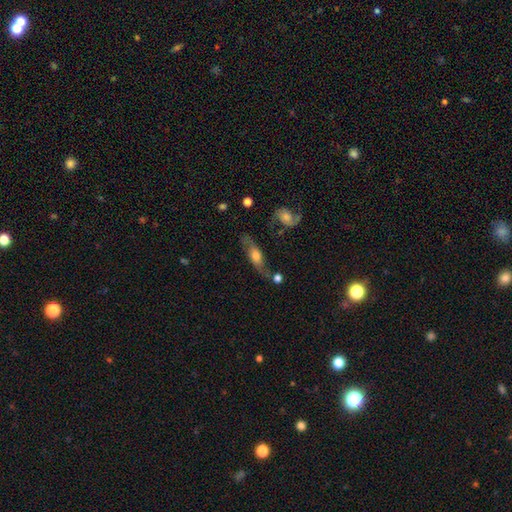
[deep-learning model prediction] Smooth or featured? Predicted: featured or disk (p=0.54). Edge-on disk? Predicted: no (p=0.60). Merging? Predicted: none (p=0.59).